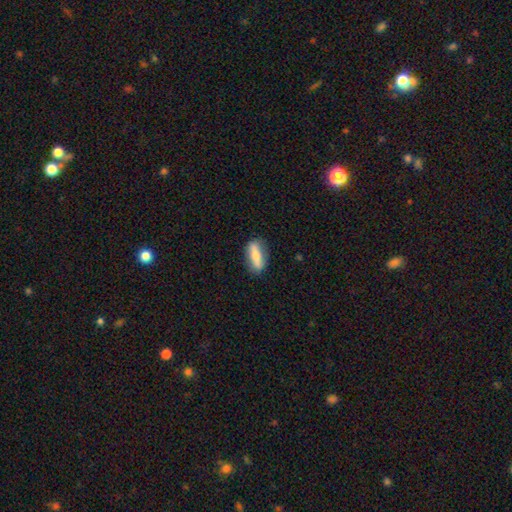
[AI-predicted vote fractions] smooth-or-featured: smooth: 62% | featured or disk: 32% | star or artifact: 6%
  how-rounded: in between: 58% | cigar-shaped: 39% | round: 4%
  merging: none: 83% | minor disturbance: 13% | major disturbance: 3% | merger: 1%